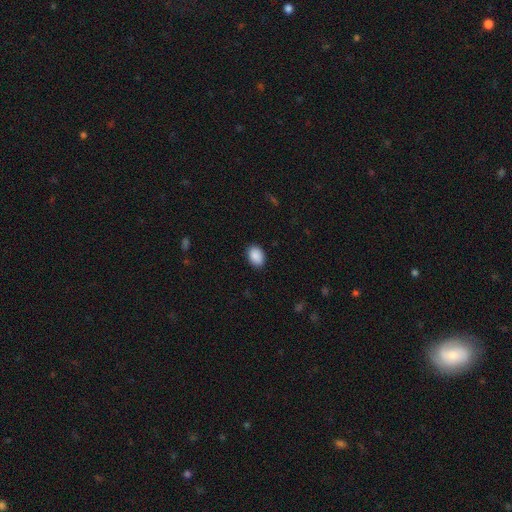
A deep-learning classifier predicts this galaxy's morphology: Overall: smooth (90%). How rounded: in between (84%). Merging: none (88%).